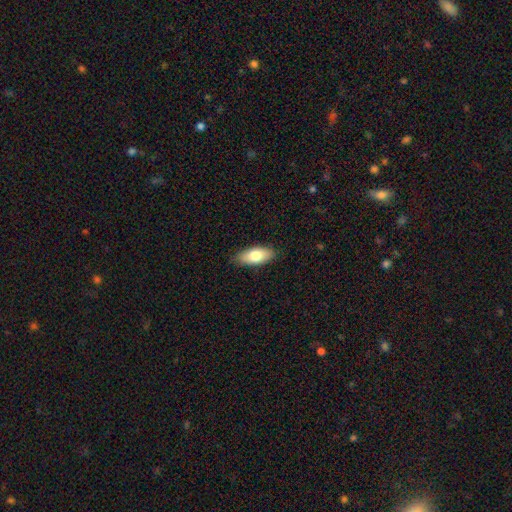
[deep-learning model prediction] smooth_or_featured: smooth (p=0.79) [alt: featured or disk p=0.16]
how_rounded: in between (p=0.83) [alt: cigar-shaped p=0.15]
merging: none (p=0.86) [alt: minor disturbance p=0.11]